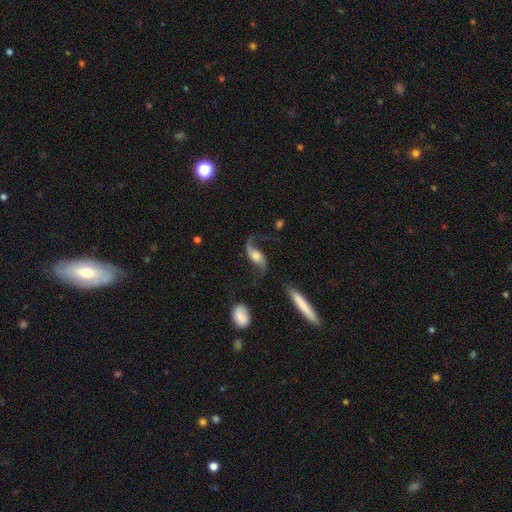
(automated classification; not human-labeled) Overall: featured or disk (86%). Edge-on disk: no (94%). Bar: no (50%; weak 35%). Spiral arms: yes (96%). Spiral arm count: 2 (92%). Spiral winding: loose (85%). Bulge size: moderate (43%; large 28%). Merging: none (68%).